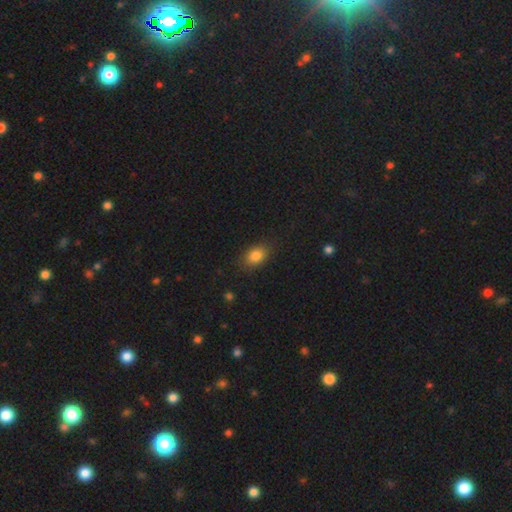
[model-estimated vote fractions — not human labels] Smooth or featured? Predicted: smooth (p=0.83). How rounded? Predicted: in between (p=0.77). Merging? Predicted: none (p=0.83).